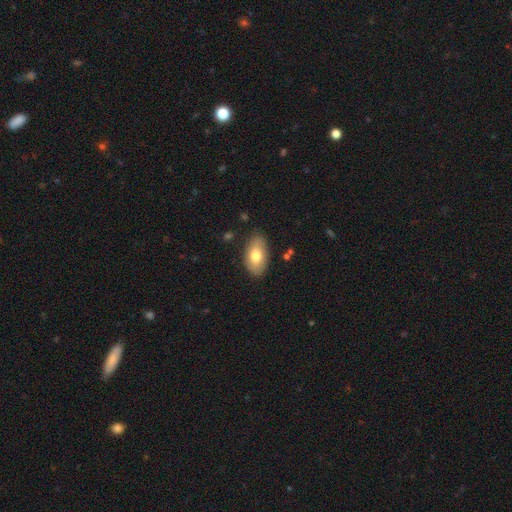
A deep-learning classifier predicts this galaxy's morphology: Smooth or featured: smooth — 74% (featured or disk — 20%)
How rounded: in between — 93% (round — 5%)
Merging: none — 83% (minor disturbance — 12%)